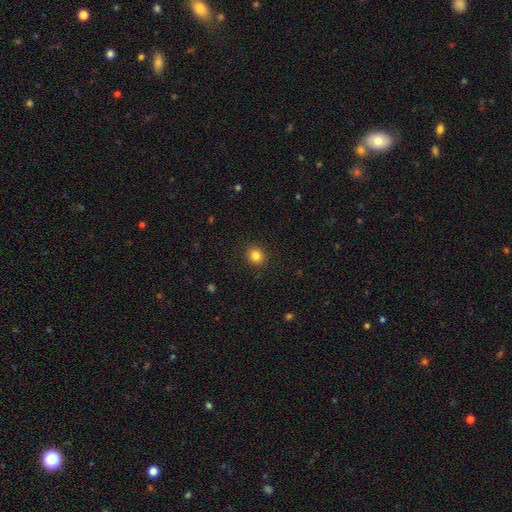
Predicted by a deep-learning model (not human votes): smooth 84%, star or artifact 11%, featured or disk 5%. Down the decision tree: how rounded — round (77%); merging — none (90%).